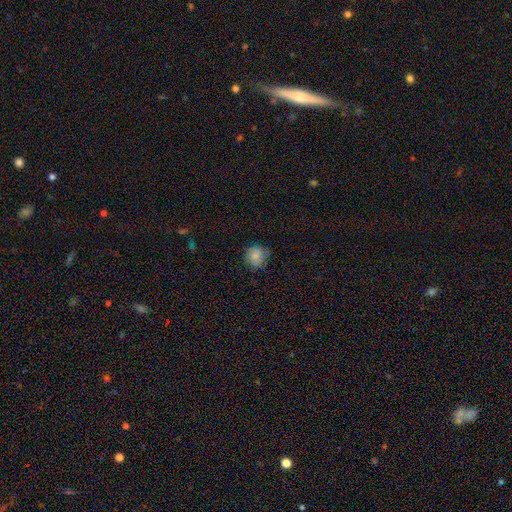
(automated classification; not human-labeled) Q: Smooth or featured?
A: smooth (74%); runner-up: featured or disk (17%)
Q: How rounded?
A: round (85%); runner-up: in between (14%)
Q: Merging?
A: none (69%); runner-up: minor disturbance (25%)